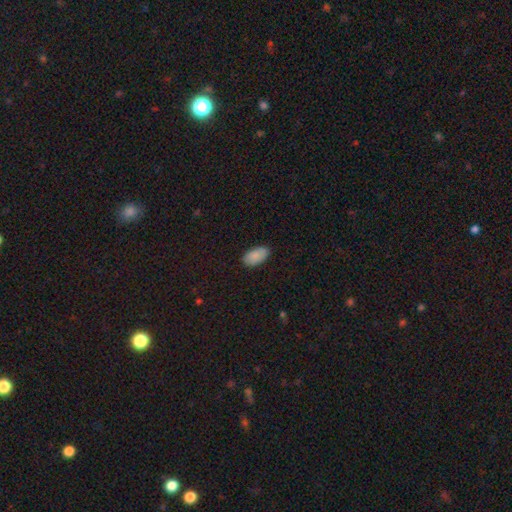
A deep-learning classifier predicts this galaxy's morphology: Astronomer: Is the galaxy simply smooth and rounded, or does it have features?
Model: smooth — 89%.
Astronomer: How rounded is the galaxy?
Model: in between — 95%.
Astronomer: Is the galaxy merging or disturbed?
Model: none — 87%.